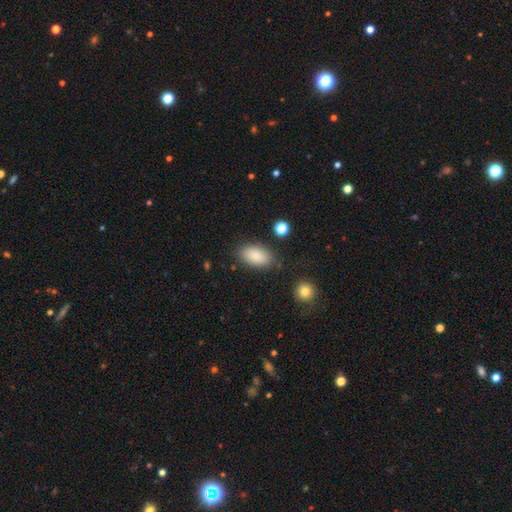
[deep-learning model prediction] This appears to be a smooth galaxy with no disk features (87%) that is in between round and cigar-shaped (93%). Merging: none (82%).